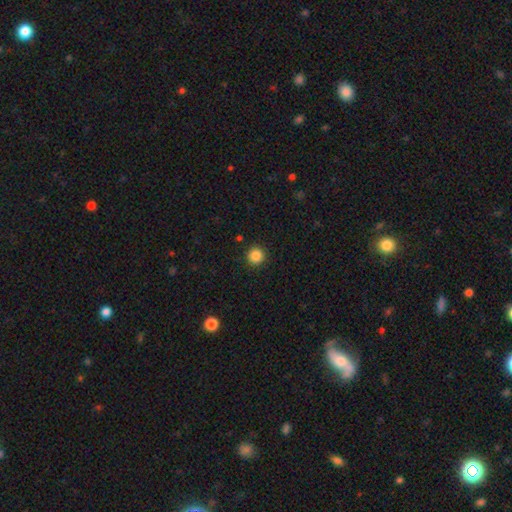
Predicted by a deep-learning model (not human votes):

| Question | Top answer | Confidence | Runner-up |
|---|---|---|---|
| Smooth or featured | smooth | 86% | star or artifact (11%) |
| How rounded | round | 95% | in between (4%) |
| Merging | none | 92% | minor disturbance (5%) |